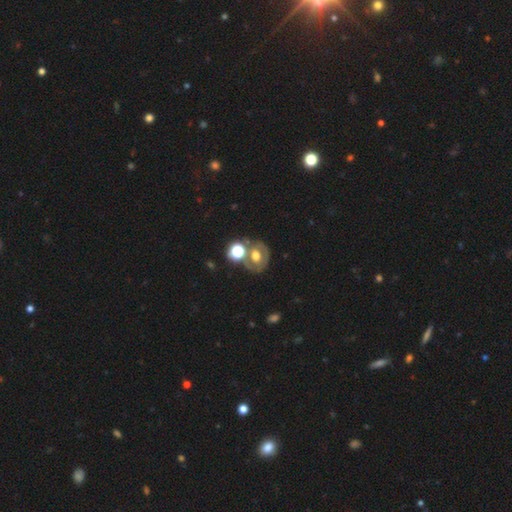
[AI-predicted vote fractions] Smooth or featured? Predicted: featured or disk (p=0.49). Merging? Predicted: none (p=0.55).